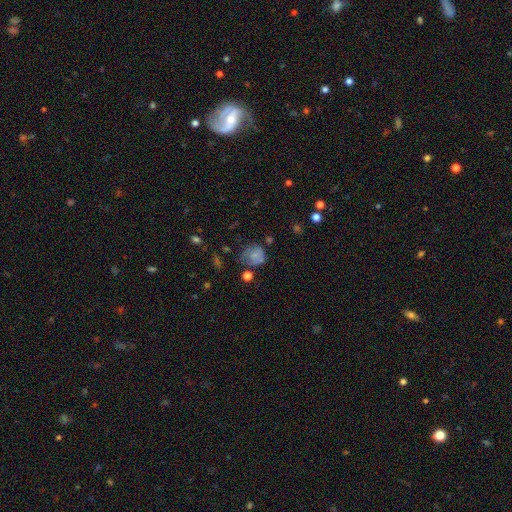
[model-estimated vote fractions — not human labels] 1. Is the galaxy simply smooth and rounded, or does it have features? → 63% smooth, 25% featured or disk, 12% star or artifact.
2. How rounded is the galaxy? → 69% round, 30% in between, 1% cigar-shaped.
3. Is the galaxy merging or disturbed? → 41% none, 31% minor disturbance, 22% major disturbance, 6% merger.